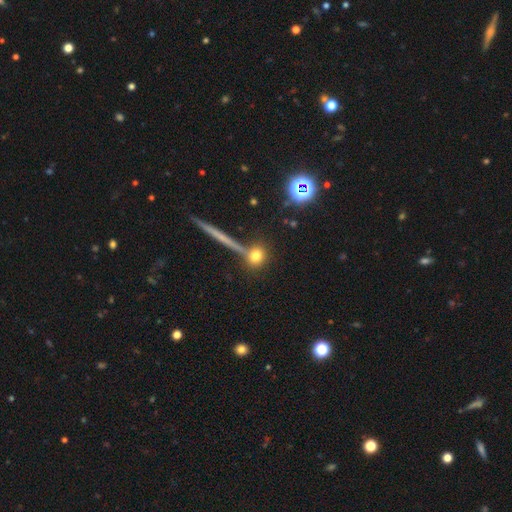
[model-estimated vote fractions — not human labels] This appears to be a smooth galaxy with no disk features (74%) that is round (77%). Merging: none (73%).